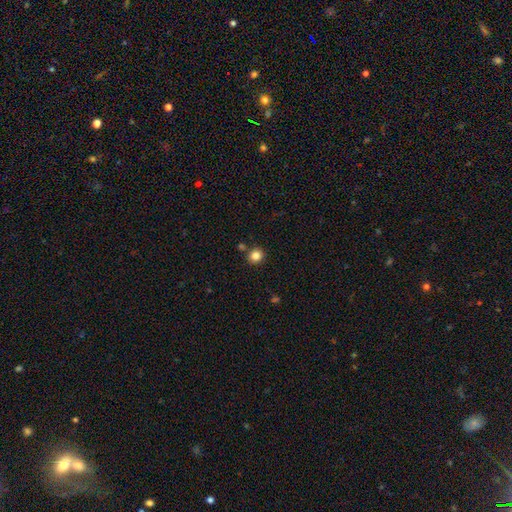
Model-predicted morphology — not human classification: A smooth galaxy with no disk features (84%) that is round (87%). Merging: none (83%).